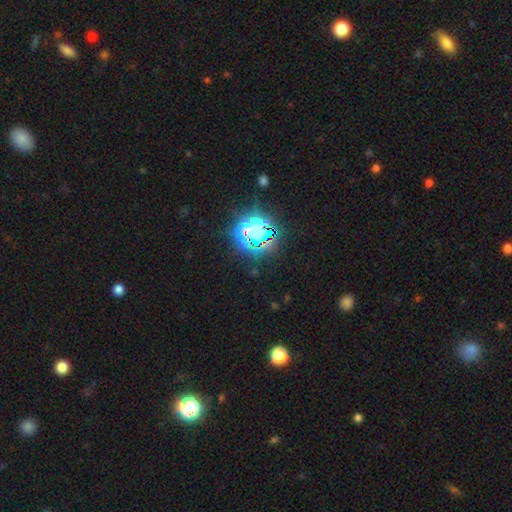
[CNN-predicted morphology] Smooth or featured: star or artifact — 76% (smooth — 16%)